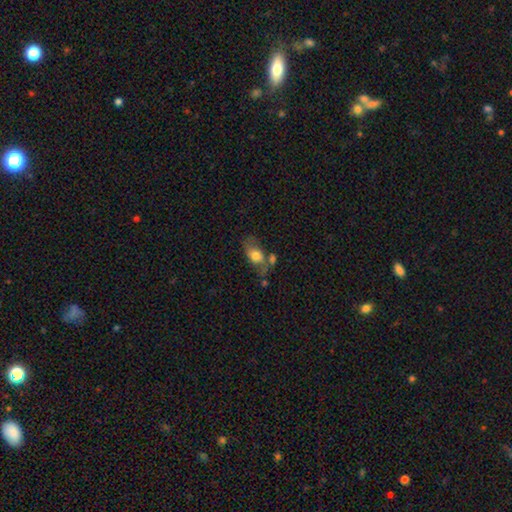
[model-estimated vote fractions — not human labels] Morphology: type=smooth (65%); roundness=in between (81%); merging=none (39%).